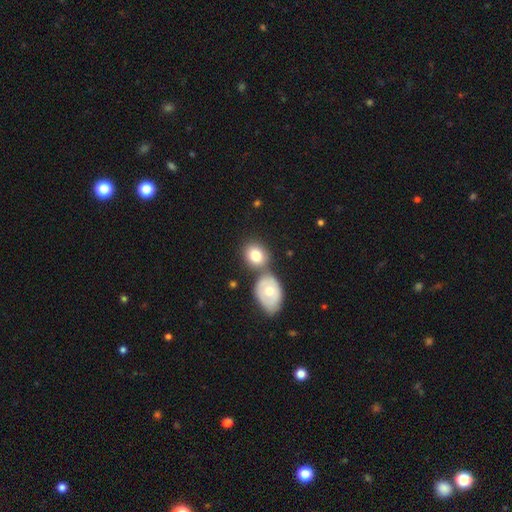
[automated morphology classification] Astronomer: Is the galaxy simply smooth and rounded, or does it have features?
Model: smooth — 75%.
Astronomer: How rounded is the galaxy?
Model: round — 57% (runner-up: in between, 42%).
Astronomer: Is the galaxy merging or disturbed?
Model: none — 48% (runner-up: merger, 37%).